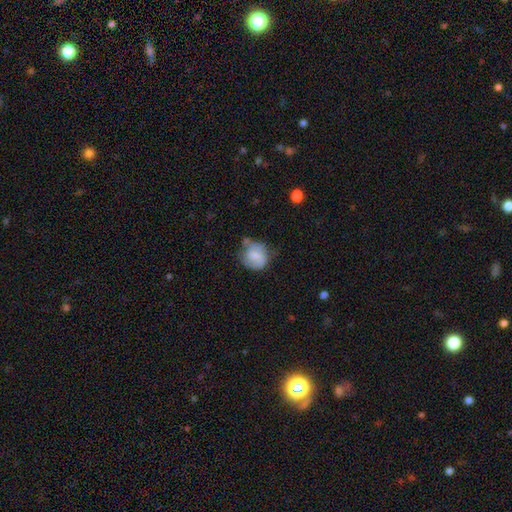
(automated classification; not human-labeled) Smooth or featured? Predicted: smooth (p=0.55). How rounded? Predicted: round (p=0.78). Merging? Predicted: none (p=0.52).